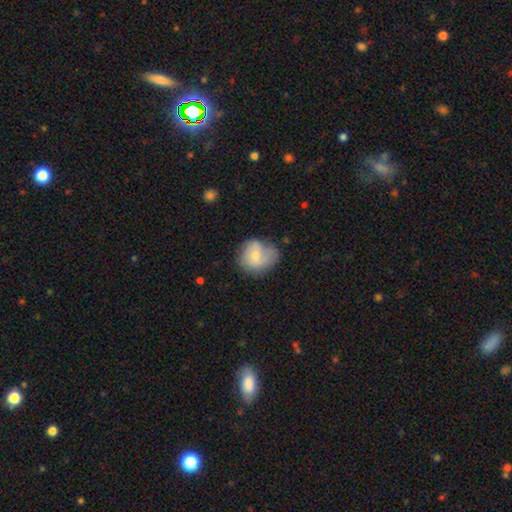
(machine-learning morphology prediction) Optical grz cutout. It shows a smooth galaxy with no disk features (65%) that is round (65%). Merging: none (45%).